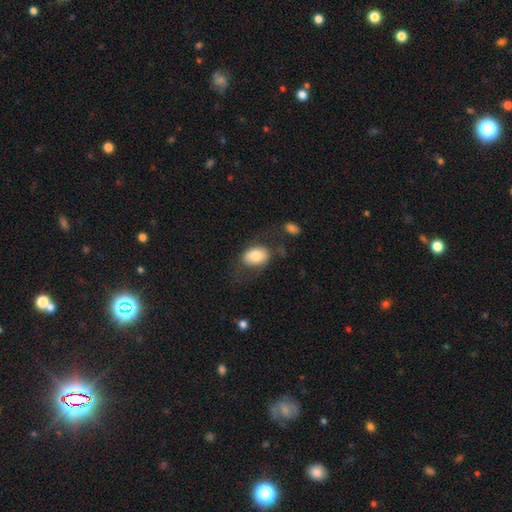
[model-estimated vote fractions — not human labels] Smooth or featured? Predicted: smooth (p=0.76). How rounded? Predicted: in between (p=0.82). Merging? Predicted: none (p=0.65).